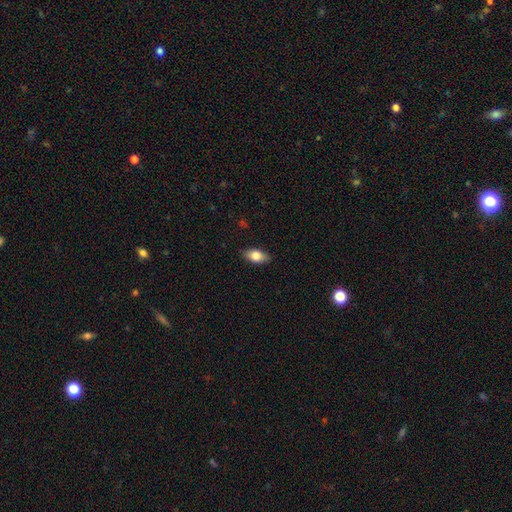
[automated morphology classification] A smooth galaxy with no disk features (78%) that is in between round and cigar-shaped (89%).

Vote fractions:
- Smooth or featured? smooth: 78% / featured or disk: 15% / star or artifact: 7%
- How rounded? in between: 89% / cigar-shaped: 6% / round: 5%
- Merging? none: 87% / minor disturbance: 10% / major disturbance: 2% / merger: 1%